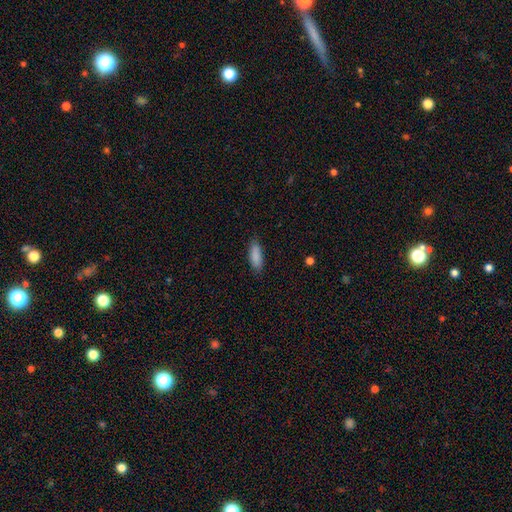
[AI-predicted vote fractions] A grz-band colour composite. It shows a smooth galaxy with no disk features (88%) that is in between round and cigar-shaped (67%). Merging: none (84%).